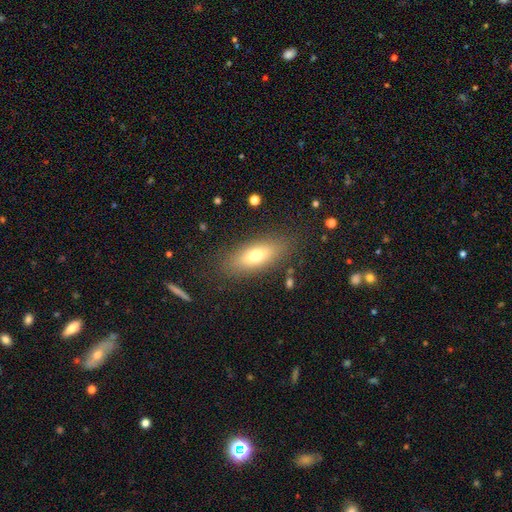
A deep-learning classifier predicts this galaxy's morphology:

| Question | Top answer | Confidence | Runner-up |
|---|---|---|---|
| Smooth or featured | smooth | 68% | featured or disk (23%) |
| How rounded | in between | 72% | cigar-shaped (23%) |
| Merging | none | 84% | minor disturbance (10%) |